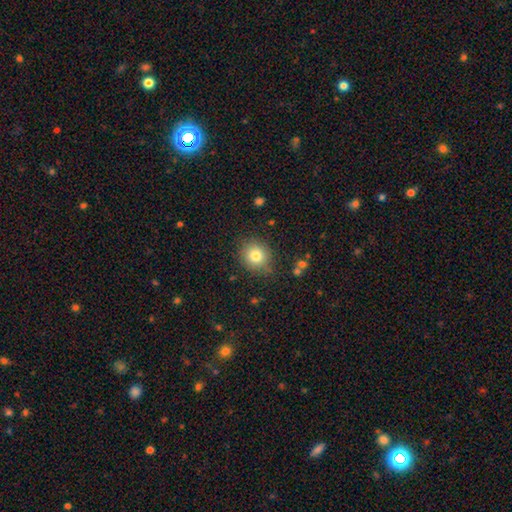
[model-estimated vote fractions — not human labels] smooth 80%, star or artifact 11%, featured or disk 9%. Down the decision tree: how rounded — round (82%); merging — none (83%).